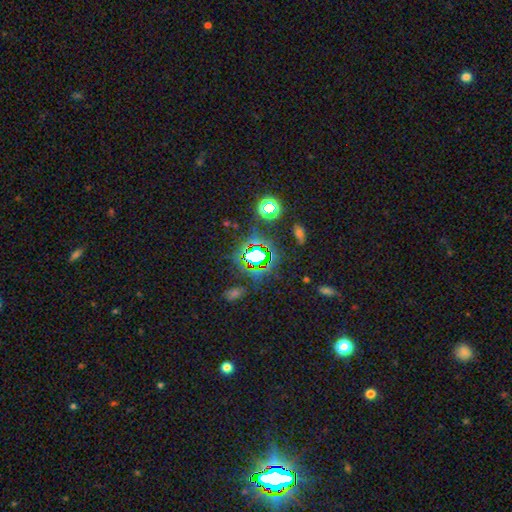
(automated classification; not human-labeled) The model was most divided on "smooth or featured": star or artifact: 69%, smooth: 20%, featured or disk: 11%.